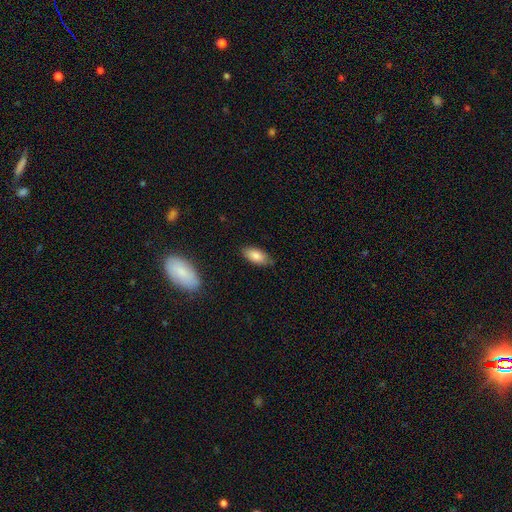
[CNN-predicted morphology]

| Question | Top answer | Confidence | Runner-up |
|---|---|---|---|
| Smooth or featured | smooth | 84% | featured or disk (9%) |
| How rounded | in between | 90% | cigar-shaped (7%) |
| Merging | none | 79% | minor disturbance (16%) |